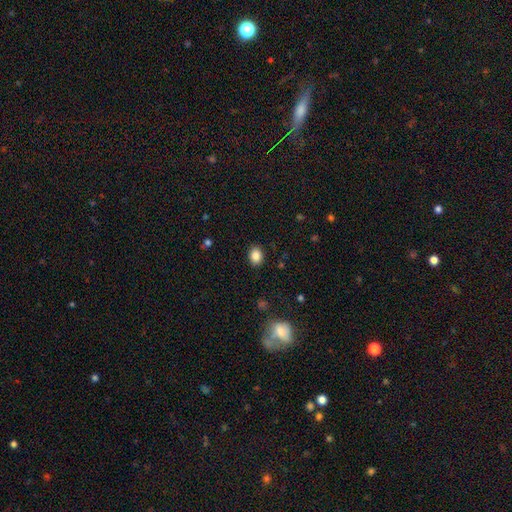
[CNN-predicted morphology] Q: Smooth or featured?
A: smooth (86%); runner-up: star or artifact (10%)
Q: How rounded?
A: in between (57%); runner-up: round (42%)
Q: Merging?
A: none (88%); runner-up: minor disturbance (8%)